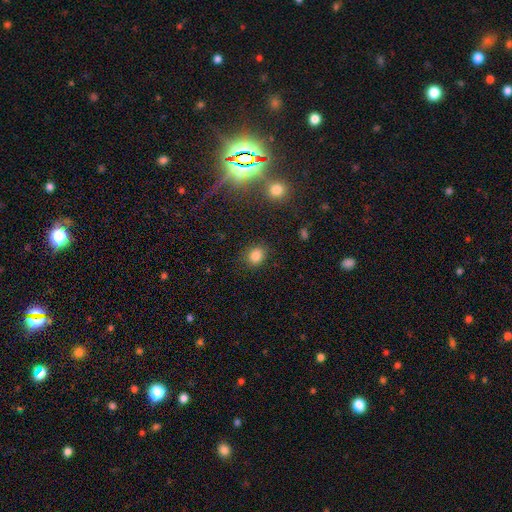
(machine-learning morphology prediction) Smooth or featured? Predicted: smooth (p=0.83). How rounded? Predicted: round (p=0.60). Merging? Predicted: none (p=0.83).